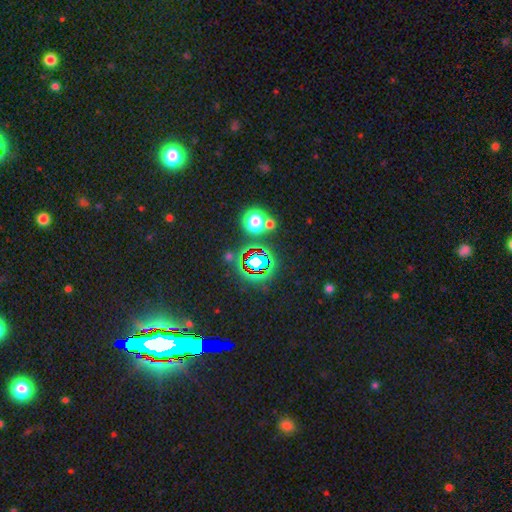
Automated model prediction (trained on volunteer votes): Smooth or featured?
  - star or artifact: 74% *
  - smooth: 17%
  - featured or disk: 8%